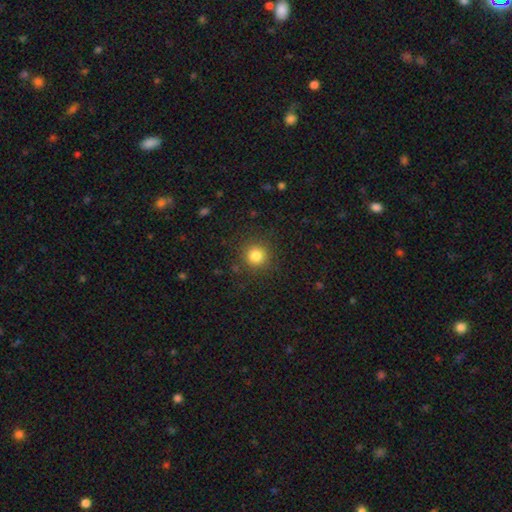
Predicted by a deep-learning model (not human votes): This is clearly a smooth galaxy (83%). How rounded: clearly round (94%). Merging: clearly none (89%).